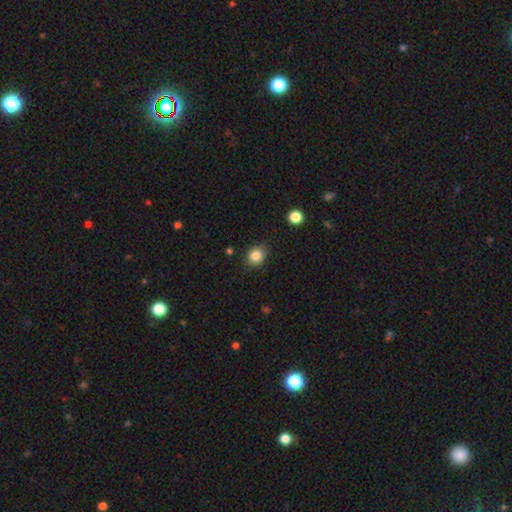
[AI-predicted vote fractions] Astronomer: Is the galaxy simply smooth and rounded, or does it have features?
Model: smooth — 85%.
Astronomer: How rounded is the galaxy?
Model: round — 59% (runner-up: in between, 40%).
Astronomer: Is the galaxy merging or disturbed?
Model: none — 85%.